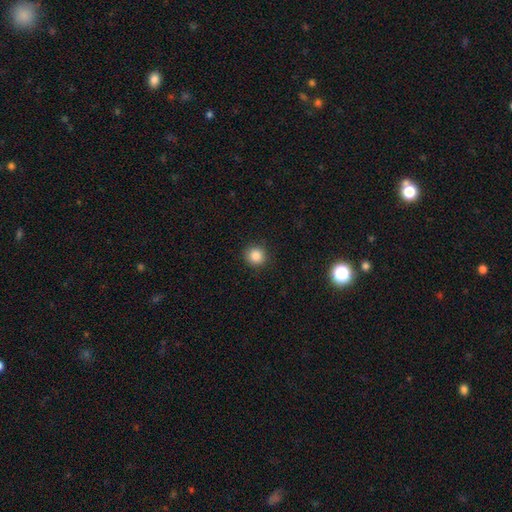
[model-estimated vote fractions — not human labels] smooth_or_featured: smooth (p=0.86) [alt: star or artifact p=0.10]
how_rounded: round (p=0.89) [alt: in between p=0.10]
merging: none (p=0.90) [alt: minor disturbance p=0.07]